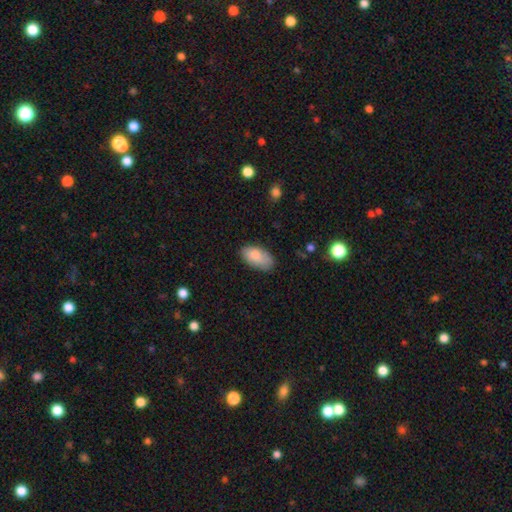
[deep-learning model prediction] This is clearly a smooth galaxy (83%). How rounded: clearly in between (94%). Merging: likely none (75%).